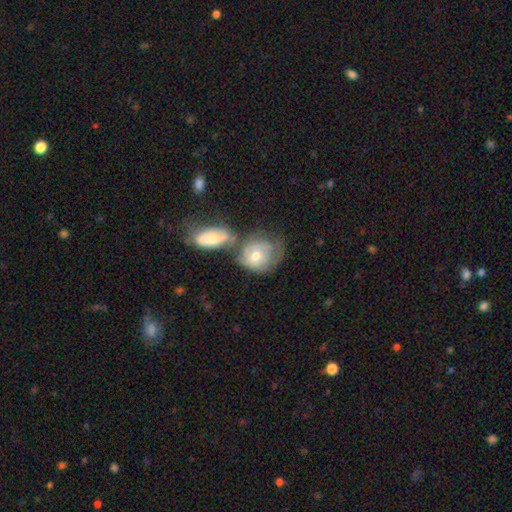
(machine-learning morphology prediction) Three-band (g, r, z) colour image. It shows a smooth galaxy with no disk features (57%) that is round (62%). Merging: merger (41%).